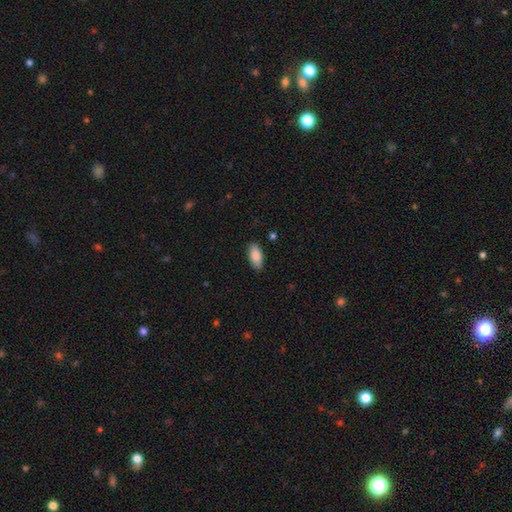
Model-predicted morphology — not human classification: smooth_or_featured: smooth (p=0.85) [alt: featured or disk p=0.08]
how_rounded: in between (p=0.91) [alt: cigar-shaped p=0.07]
merging: none (p=0.87) [alt: minor disturbance p=0.10]